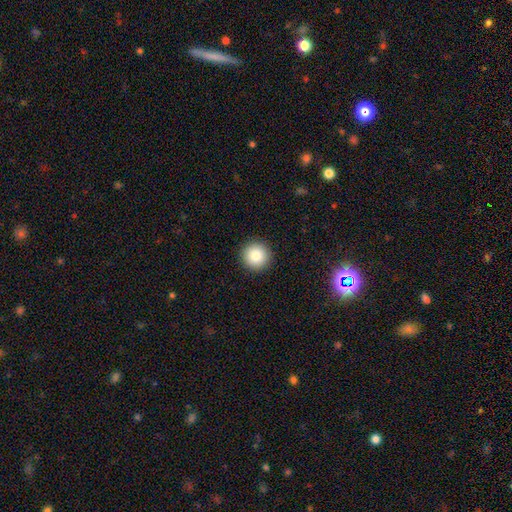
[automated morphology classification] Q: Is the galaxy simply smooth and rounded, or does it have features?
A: smooth — 84%.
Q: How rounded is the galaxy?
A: round — 96%.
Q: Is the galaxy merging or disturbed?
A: none — 93%.